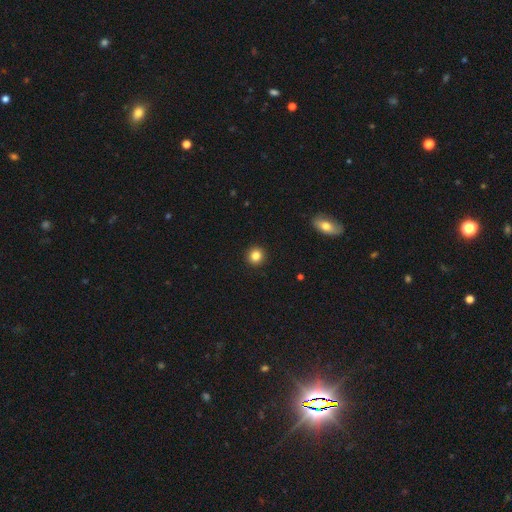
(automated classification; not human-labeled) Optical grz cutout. It shows a smooth galaxy with no disk features (84%) that is round (93%). Merging: none (93%).